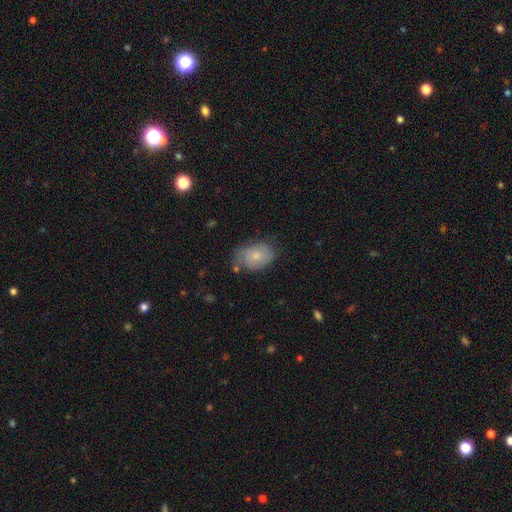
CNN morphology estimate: A smooth galaxy with no disk features (69%) that is in between round and cigar-shaped (76%). Merging: none (60%).